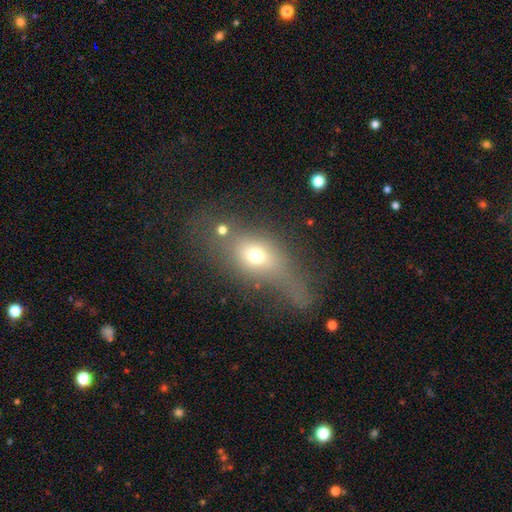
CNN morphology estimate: A smooth galaxy with no disk features (57%) that is in between round and cigar-shaped (60%). Merging: none (38%).